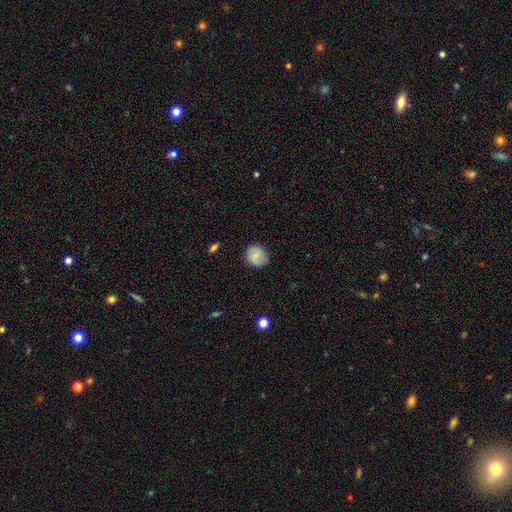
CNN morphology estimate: Smooth or featured?
  - smooth: 76% *
  - featured or disk: 16%
  - star or artifact: 8%
How rounded?
  - round: 74% *
  - in between: 25%
  - cigar-shaped: 1%
Merging?
  - none: 79% *
  - minor disturbance: 17%
  - major disturbance: 3%
  - merger: 1%